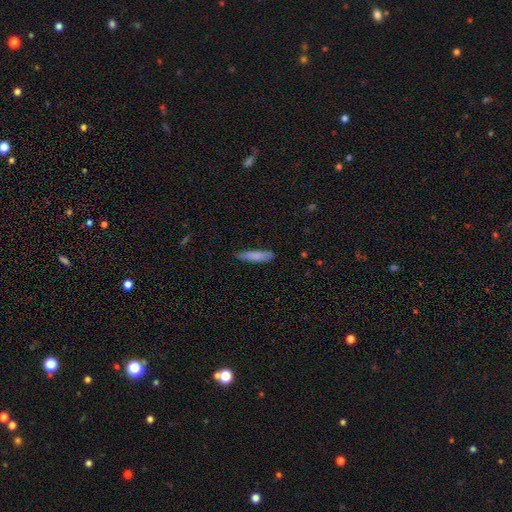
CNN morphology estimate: smooth-or-featured: smooth: 82% | featured or disk: 12% | star or artifact: 6%
  how-rounded: cigar-shaped: 78% | in between: 21% | round: 1%
  merging: none: 77% | minor disturbance: 19% | major disturbance: 3% | merger: 2%